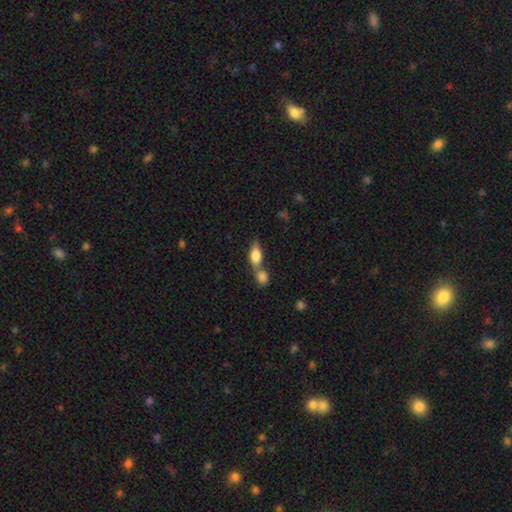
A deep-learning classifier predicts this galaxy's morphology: Smooth or featured?
  - smooth: 75% *
  - featured or disk: 18%
  - star or artifact: 7%
How rounded?
  - in between: 78% *
  - cigar-shaped: 14%
  - round: 8%
Merging?
  - merger: 56% *
  - none: 32%
  - minor disturbance: 8%
  - major disturbance: 4%